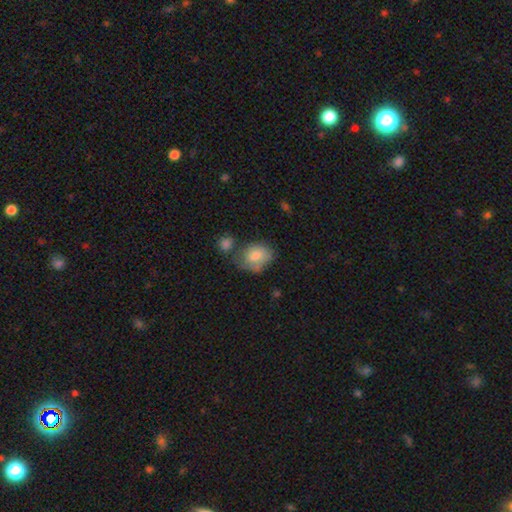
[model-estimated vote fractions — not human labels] Q: Smooth or featured?
A: smooth (71%); runner-up: featured or disk (21%)
Q: How rounded?
A: in between (63%); runner-up: round (36%)
Q: Merging?
A: none (44%); runner-up: minor disturbance (28%)